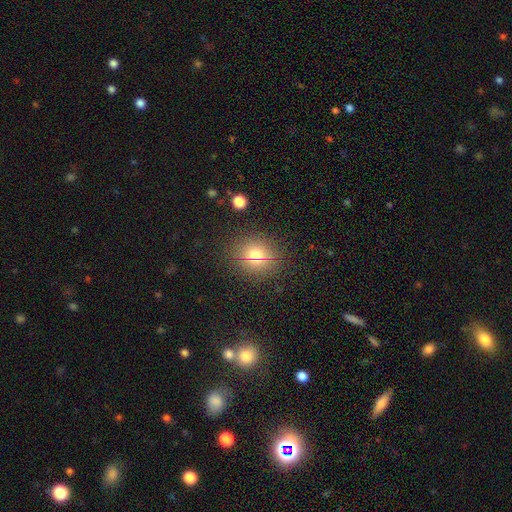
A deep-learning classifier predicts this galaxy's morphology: Smooth or featured: smooth — 71% (star or artifact — 19%)
How rounded: round — 80% (in between — 18%)
Merging: none — 88% (minor disturbance — 8%)